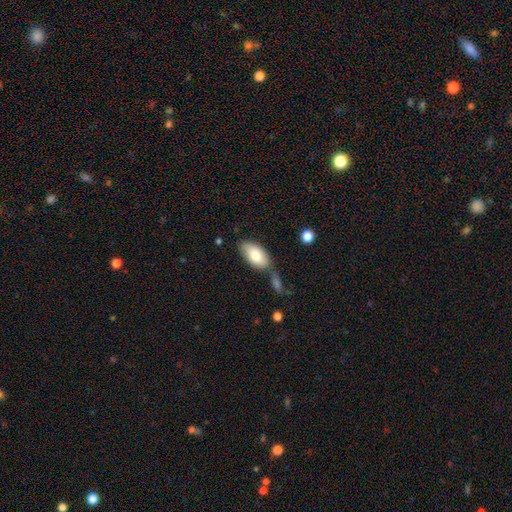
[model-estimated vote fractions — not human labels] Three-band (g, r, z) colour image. It shows a smooth galaxy with no disk features (78%) that is in between round and cigar-shaped (94%). Merging: none (65%).